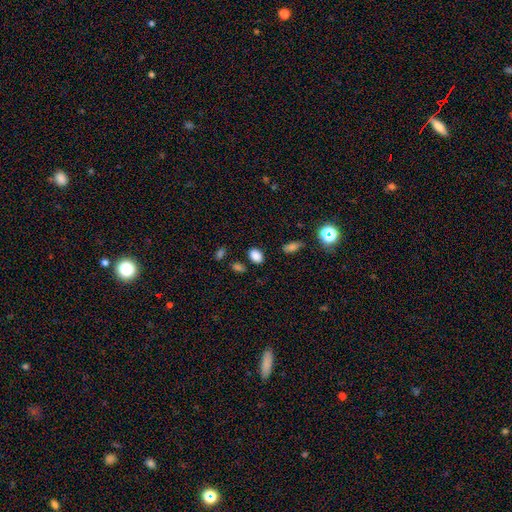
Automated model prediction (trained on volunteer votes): Smooth or featured: smooth — 85% (star or artifact — 11%)
How rounded: in between — 79% (round — 20%)
Merging: none — 83% (minor disturbance — 10%)